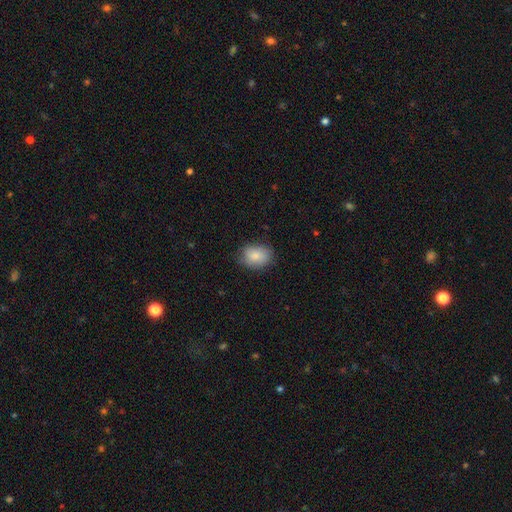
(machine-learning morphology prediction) This appears to be a smooth galaxy with no disk features (82%) that is in between round and cigar-shaped (68%). Merging: none (75%).